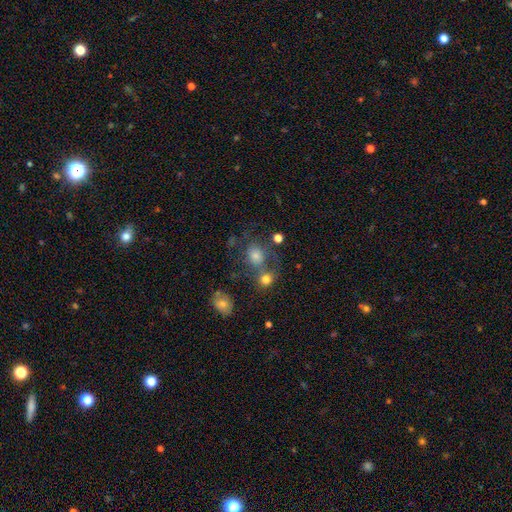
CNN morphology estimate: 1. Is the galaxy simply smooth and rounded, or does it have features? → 61% smooth, 22% featured or disk, 16% star or artifact.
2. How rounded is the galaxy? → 73% round, 25% in between, 1% cigar-shaped.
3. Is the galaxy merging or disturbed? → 45% none, 31% merger, 13% minor disturbance, 11% major disturbance.